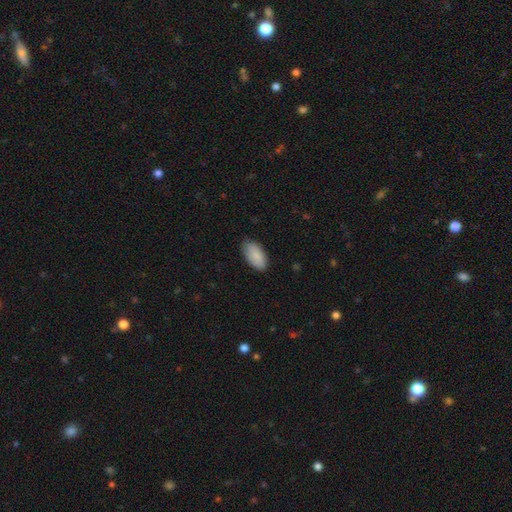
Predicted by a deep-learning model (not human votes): This is clearly a smooth galaxy (87%). How rounded: clearly in between (94%). Merging: likely none (79%).